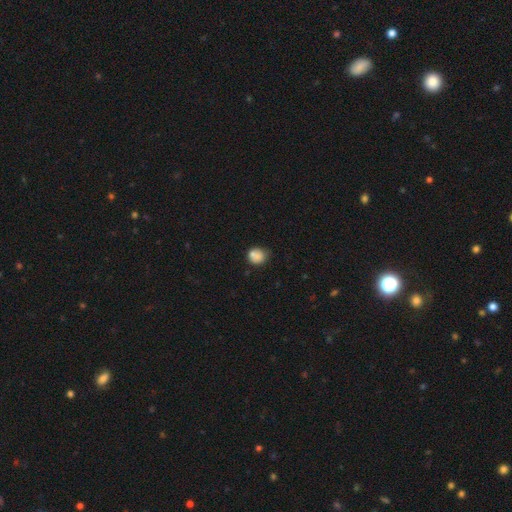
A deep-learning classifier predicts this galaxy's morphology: Smooth or featured?
  - smooth: 82% *
  - star or artifact: 10%
  - featured or disk: 9%
How rounded?
  - round: 78% *
  - in between: 21%
  - cigar-shaped: 1%
Merging?
  - none: 57% *
  - minor disturbance: 23%
  - merger: 13%
  - major disturbance: 6%